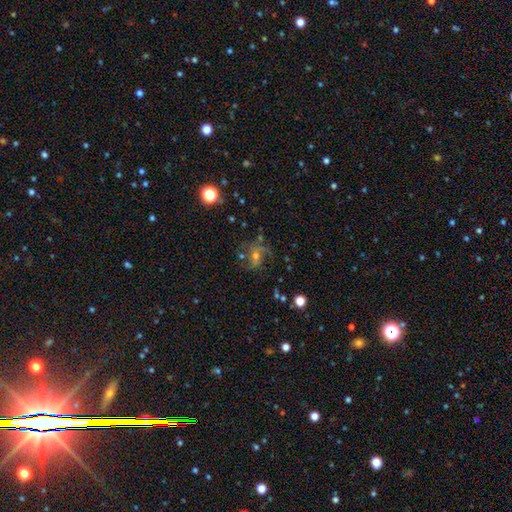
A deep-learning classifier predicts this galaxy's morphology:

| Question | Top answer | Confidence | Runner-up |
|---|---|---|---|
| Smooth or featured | featured or disk | 61% | smooth (23%) |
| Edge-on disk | no | 97% | yes (3%) |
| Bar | no | 53% | weak (35%) |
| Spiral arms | yes | 84% | no (16%) |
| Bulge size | moderate | 50% | small (40%) |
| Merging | none | 55% | minor disturbance (20%) |